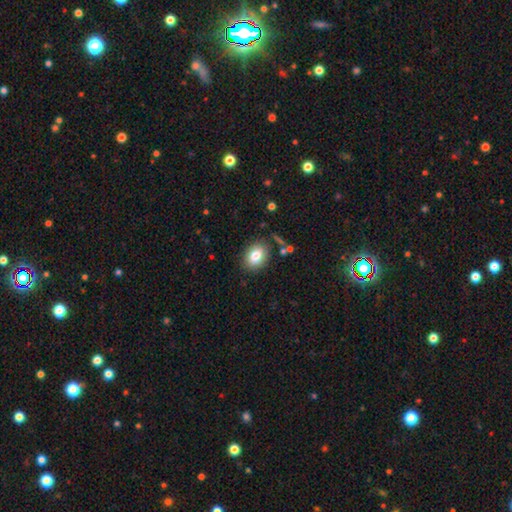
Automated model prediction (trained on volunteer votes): smooth_or_featured: smooth (p=0.81) [alt: featured or disk p=0.10]
how_rounded: in between (p=0.68) [alt: round p=0.31]
merging: none (p=0.83) [alt: minor disturbance p=0.11]